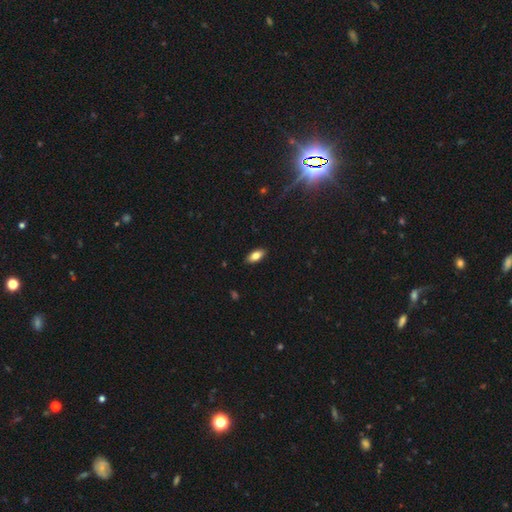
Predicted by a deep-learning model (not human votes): The model was most divided on "smooth or featured": smooth: 82%, featured or disk: 11%, star or artifact: 7%. More confident: how rounded — in between (89%); merging — none (89%).